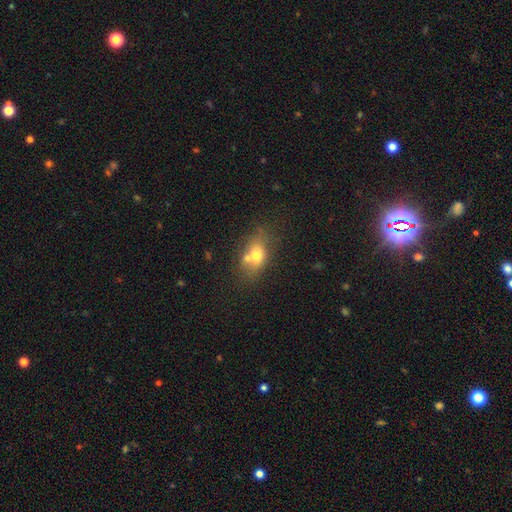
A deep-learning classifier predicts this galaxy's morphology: Smooth or featured?
  - smooth: 68% *
  - featured or disk: 21%
  - star or artifact: 11%
How rounded?
  - in between: 74% *
  - round: 22%
  - cigar-shaped: 4%
Merging?
  - none: 44% *
  - merger: 34%
  - minor disturbance: 15%
  - major disturbance: 6%